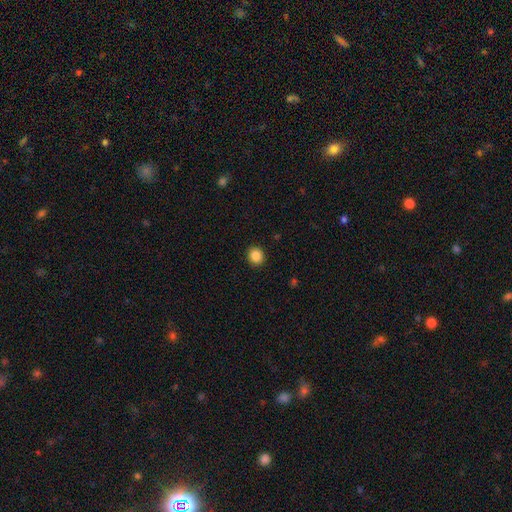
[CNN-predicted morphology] Smooth or featured? smooth (86%)
How rounded? round (86%)
Merging? none (92%)